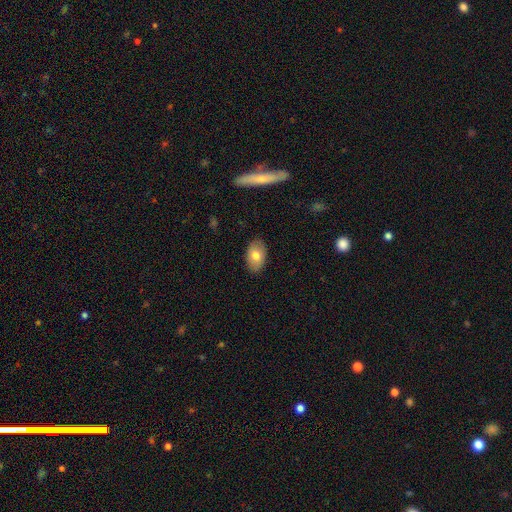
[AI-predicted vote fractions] Smooth or featured?
  - smooth: 76% *
  - featured or disk: 17%
  - star or artifact: 7%
How rounded?
  - in between: 90% *
  - round: 8%
  - cigar-shaped: 1%
Merging?
  - none: 87% *
  - minor disturbance: 10%
  - major disturbance: 2%
  - merger: 1%